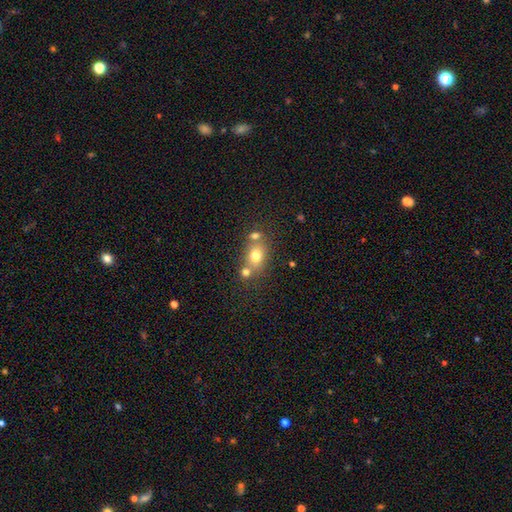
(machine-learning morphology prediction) smooth_or_featured: smooth (p=0.74) [alt: featured or disk p=0.13]
how_rounded: in between (p=0.56) [alt: round p=0.43]
merging: none (p=0.53) [alt: merger p=0.31]